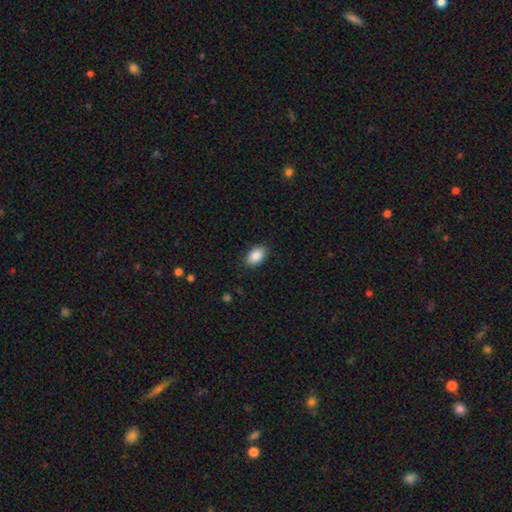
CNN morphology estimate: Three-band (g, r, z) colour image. It shows a smooth galaxy with no disk features (89%) that is in between round and cigar-shaped (88%). Merging: none (88%).